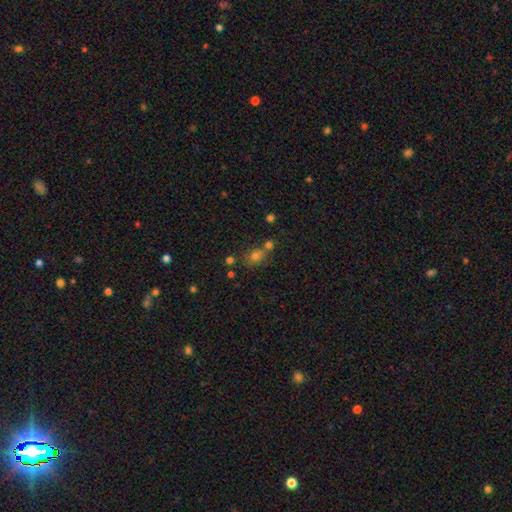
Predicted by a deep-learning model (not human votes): Smooth or featured? Predicted: smooth (p=0.61). How rounded? Predicted: round (p=0.62). Merging? Predicted: none (p=0.60).